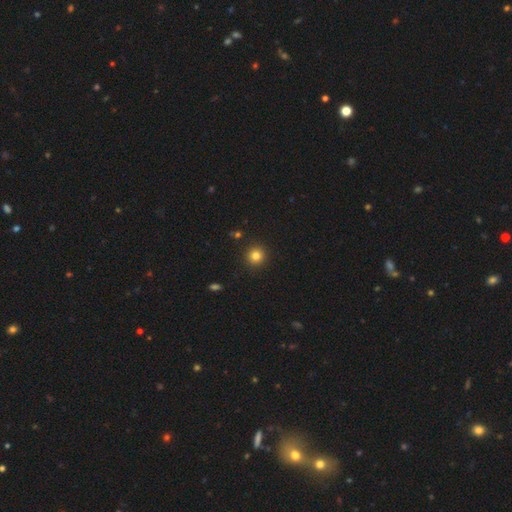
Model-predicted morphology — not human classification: This appears to be a smooth galaxy with no disk features (82%) that is round (95%). Merging: none (92%).